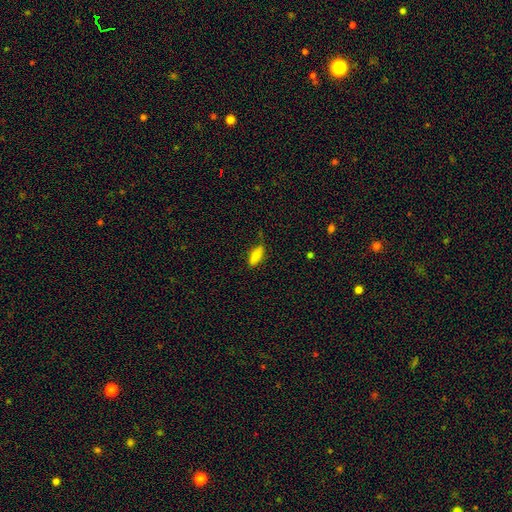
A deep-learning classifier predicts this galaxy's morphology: A smooth galaxy with no disk features (85%) that is in between round and cigar-shaped (70%). Merging: none (69%).